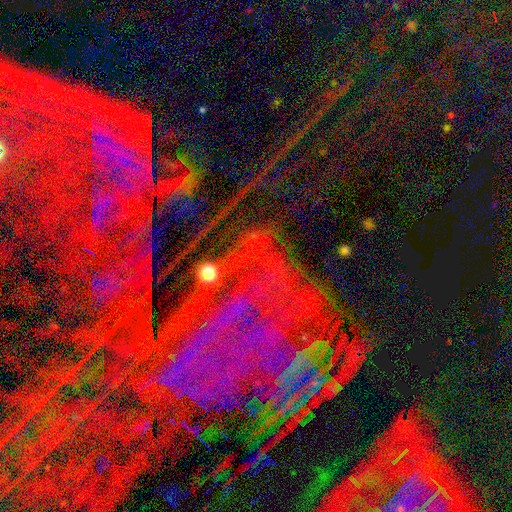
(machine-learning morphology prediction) Overall: star or artifact (79%).